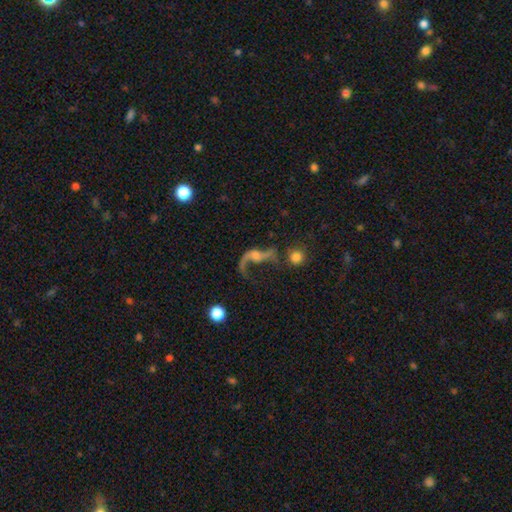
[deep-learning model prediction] This appears to be a featured or disk galaxy (79%) with no bar (59%), 2 (72%) loose (90%) spiral arms (89%) and a small central bulge (40%). Merging: none (38%).